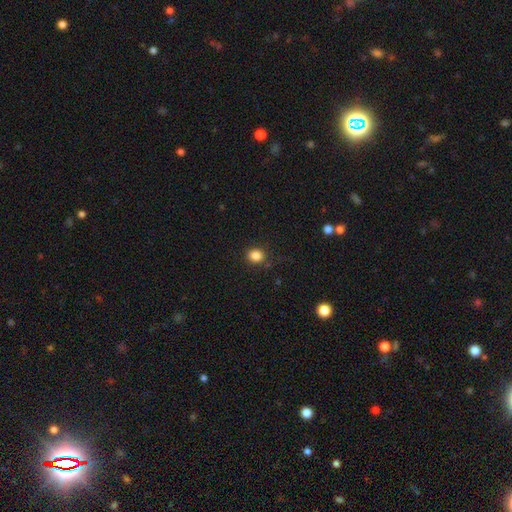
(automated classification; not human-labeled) The model was most divided on "how rounded": round: 74%, in between: 25%, cigar-shaped: 1%. More confident: merging — none (85%); smooth or featured — smooth (84%).